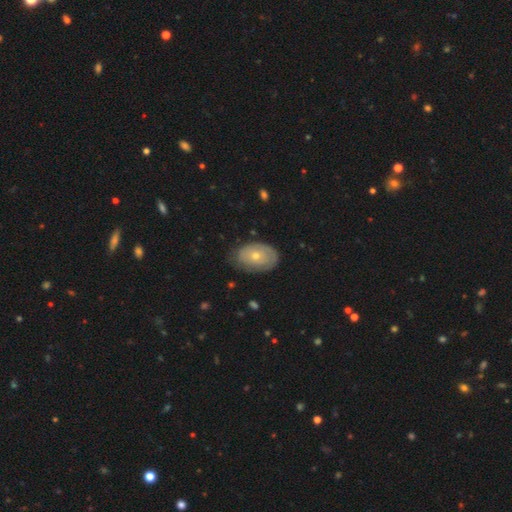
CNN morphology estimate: Smooth or featured: featured or disk — 48% (smooth — 44%)
Merging: none — 75% (minor disturbance — 19%)